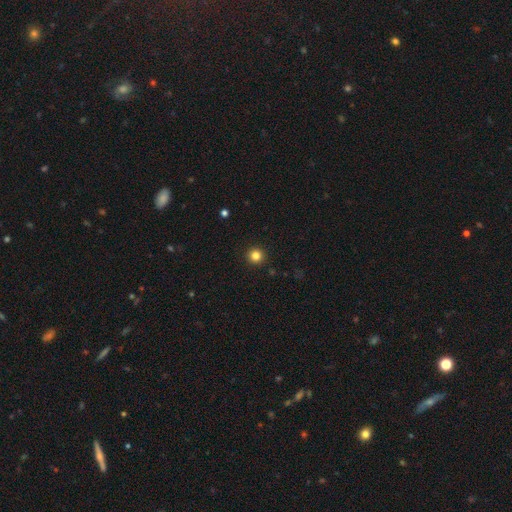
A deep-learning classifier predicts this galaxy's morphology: type=smooth (83%); roundness=round (96%); merging=none (93%).